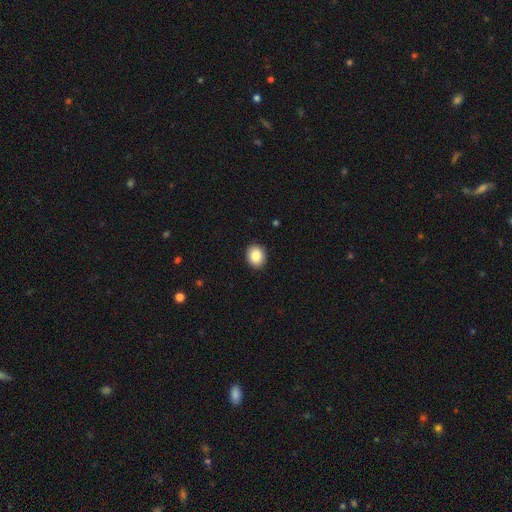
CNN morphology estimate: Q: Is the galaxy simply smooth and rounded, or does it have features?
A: smooth — 86%.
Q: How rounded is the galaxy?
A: round — 58%.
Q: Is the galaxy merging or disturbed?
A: none — 92%.